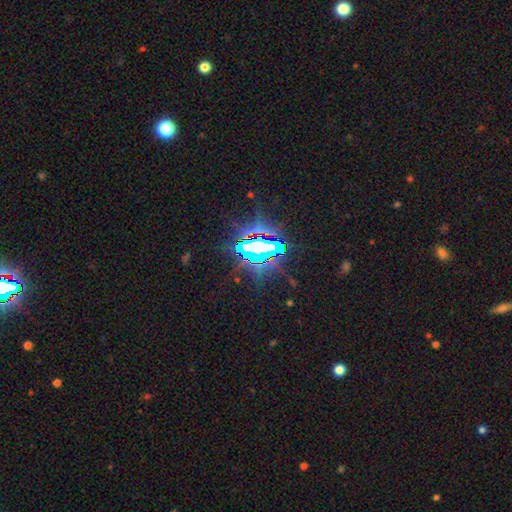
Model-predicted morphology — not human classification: This is likely a star or artifact rather than a galaxy (78%).